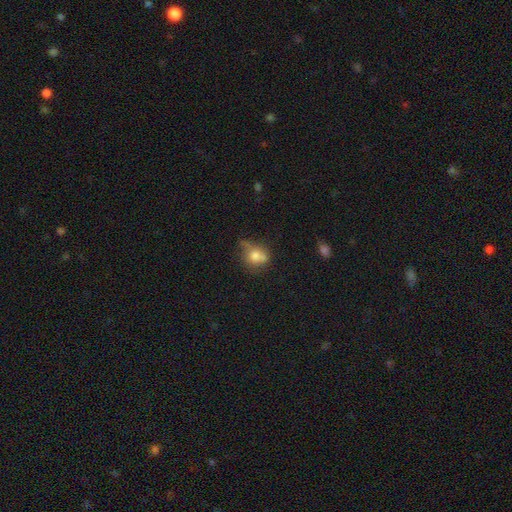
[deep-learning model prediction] This is likely a smooth galaxy (72%). How rounded: likely round (63%). Merging: marginally none (39%).